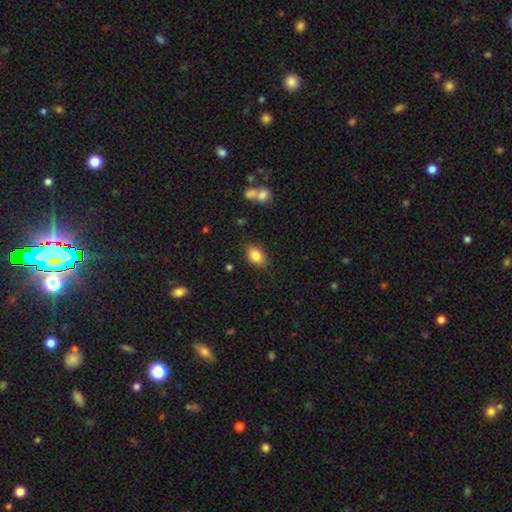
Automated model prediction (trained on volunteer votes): A smooth galaxy with no disk features (84%) that is in between round and cigar-shaped (79%).

Vote fractions:
- Smooth or featured? smooth: 84% / star or artifact: 8% / featured or disk: 8%
- How rounded? in between: 79% / round: 19% / cigar-shaped: 2%
- Merging? none: 78% / minor disturbance: 16% / major disturbance: 3% / merger: 2%